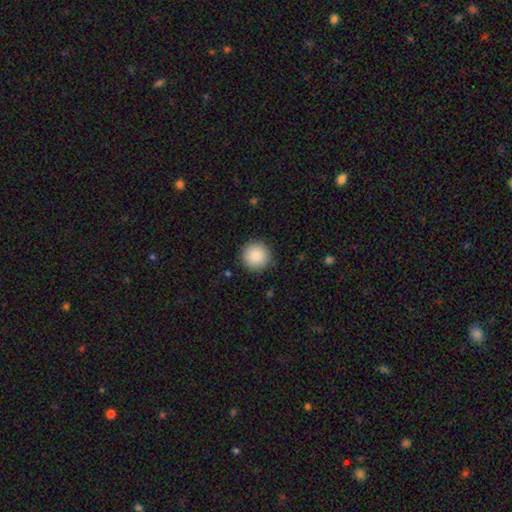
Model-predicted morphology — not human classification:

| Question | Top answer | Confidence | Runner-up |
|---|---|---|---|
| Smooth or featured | smooth | 88% | star or artifact (8%) |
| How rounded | round | 96% | in between (3%) |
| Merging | none | 91% | minor disturbance (6%) |